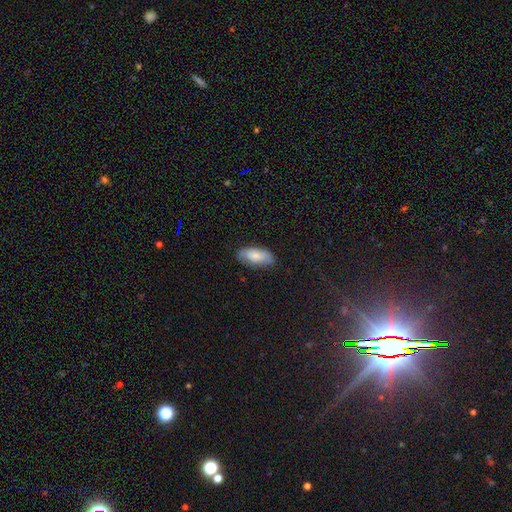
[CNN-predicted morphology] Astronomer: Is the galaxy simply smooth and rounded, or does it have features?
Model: smooth — 75%.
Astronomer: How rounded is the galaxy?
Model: in between — 89%.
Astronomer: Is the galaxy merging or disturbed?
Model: none — 78%.